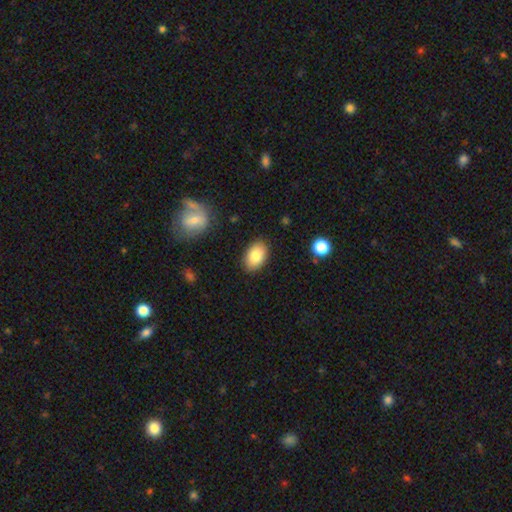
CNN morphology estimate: The model was most divided on "smooth or featured": smooth: 84%, featured or disk: 9%, star or artifact: 7%. More confident: how rounded — in between (89%); merging — none (86%).